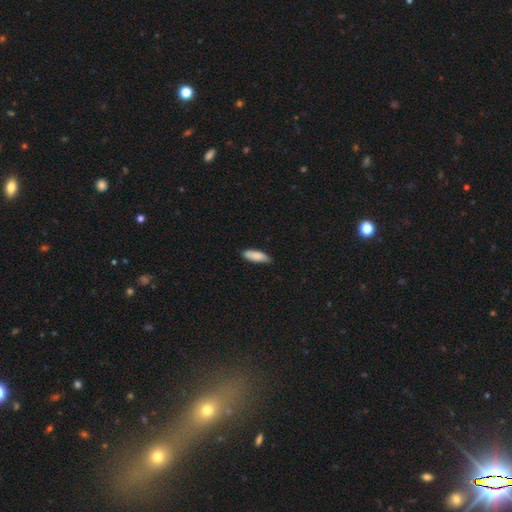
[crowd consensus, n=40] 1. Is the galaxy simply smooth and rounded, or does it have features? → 90% smooth, 8% featured or disk, 2% star or artifact.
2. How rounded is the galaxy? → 53% in between, 47% cigar-shaped, 0% round.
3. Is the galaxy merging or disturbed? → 85% none, 15% minor disturbance, 0% major disturbance, 0% merger.